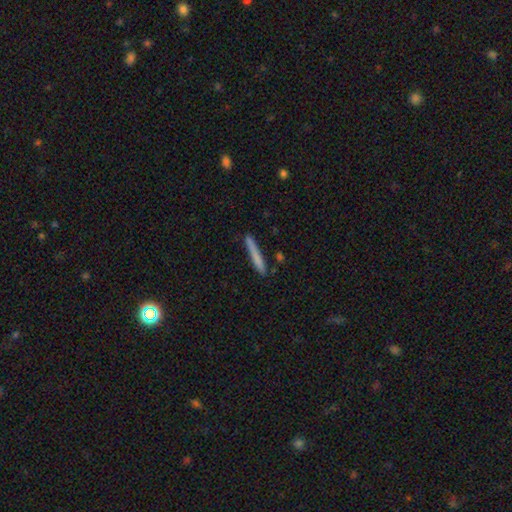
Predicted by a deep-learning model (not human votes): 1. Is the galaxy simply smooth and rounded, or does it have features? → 73% smooth, 21% featured or disk, 6% star or artifact.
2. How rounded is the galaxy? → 96% cigar-shaped, 3% in between, 1% round.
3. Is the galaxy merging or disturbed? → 83% none, 12% minor disturbance, 3% merger, 2% major disturbance.